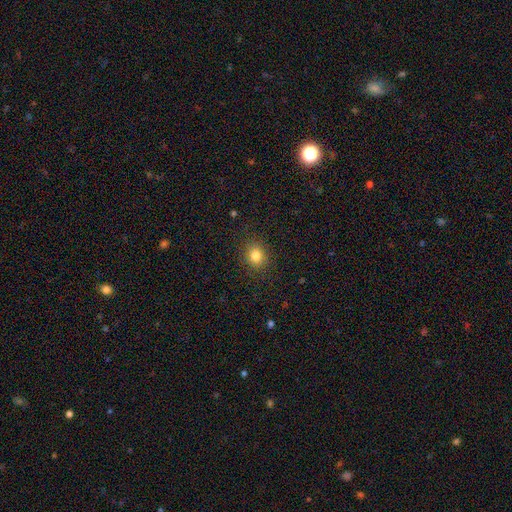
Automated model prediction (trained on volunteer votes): Smooth or featured?
  - smooth: 82% *
  - star or artifact: 12%
  - featured or disk: 6%
How rounded?
  - round: 72% *
  - in between: 27%
  - cigar-shaped: 1%
Merging?
  - none: 88% *
  - minor disturbance: 8%
  - major disturbance: 3%
  - merger: 1%